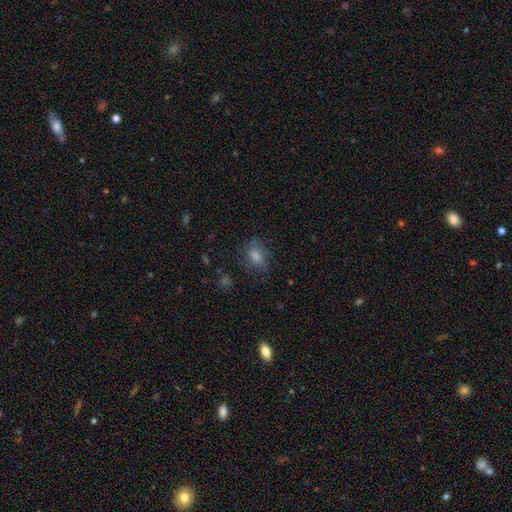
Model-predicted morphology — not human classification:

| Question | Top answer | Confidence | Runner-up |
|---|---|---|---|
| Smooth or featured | smooth | 63% | star or artifact (20%) |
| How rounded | in between | 67% | round (28%) |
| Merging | none | 71% | minor disturbance (18%) |